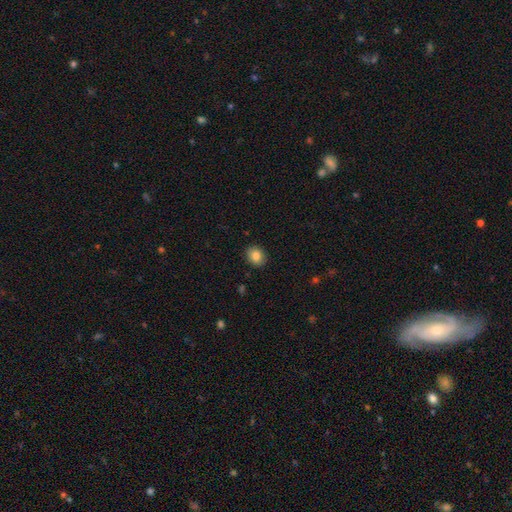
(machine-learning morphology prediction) smooth-or-featured: smooth: 85% | star or artifact: 9% | featured or disk: 6%
  how-rounded: round: 53% | in between: 46% | cigar-shaped: 1%
  merging: none: 90% | minor disturbance: 7% | major disturbance: 2% | merger: 1%